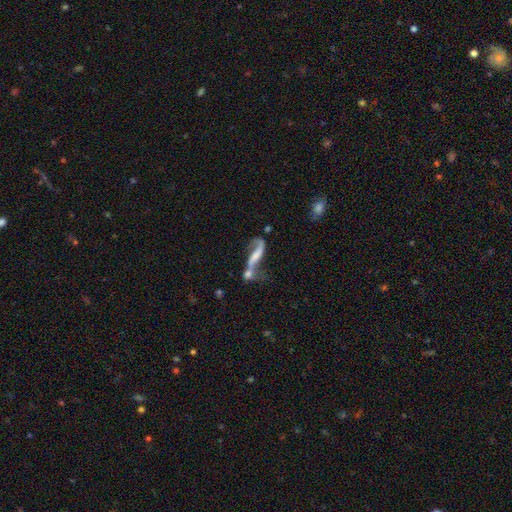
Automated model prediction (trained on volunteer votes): featured or disk 67%, smooth 24%, star or artifact 9%. Down the decision tree: edge-on disk — no (82%); bar — no (42%); spiral arms — yes (78%); bulge size — none (40%); merging — merger (46%).